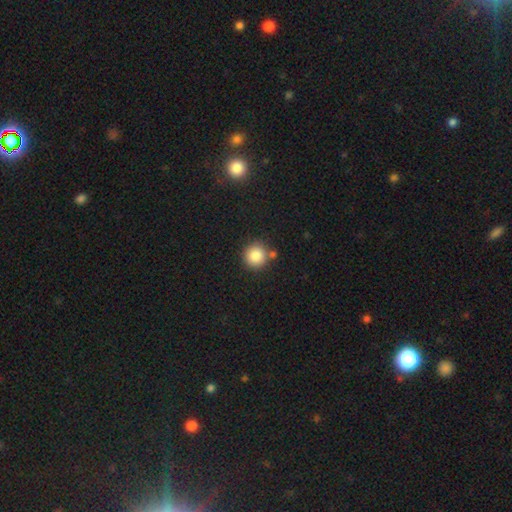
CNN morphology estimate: Smooth or featured: smooth — 85% (star or artifact — 10%)
How rounded: round — 94% (in between — 5%)
Merging: none — 77% (merger — 11%)